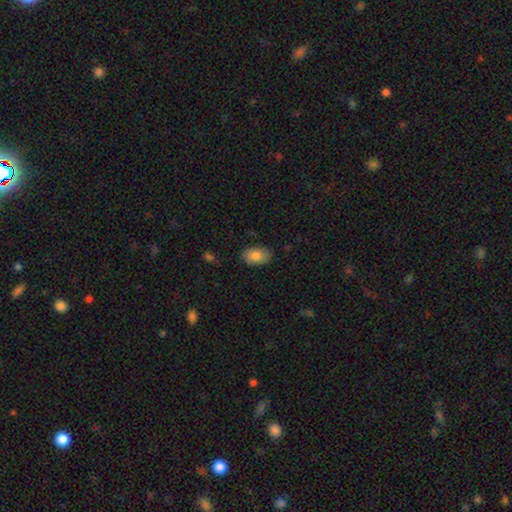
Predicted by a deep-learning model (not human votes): smooth_or_featured: smooth (p=0.84) [alt: featured or disk p=0.09]
how_rounded: in between (p=0.90) [alt: round p=0.08]
merging: none (p=0.84) [alt: minor disturbance p=0.12]